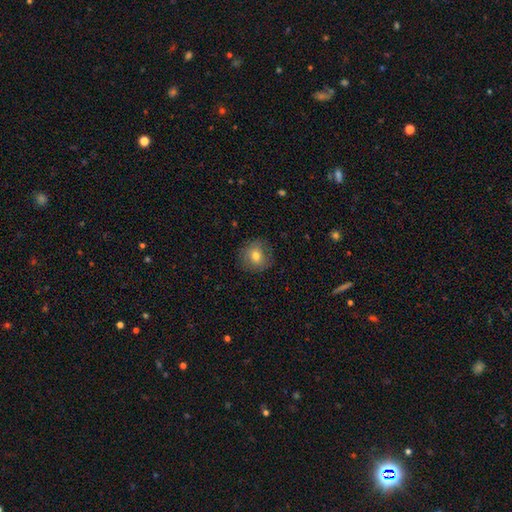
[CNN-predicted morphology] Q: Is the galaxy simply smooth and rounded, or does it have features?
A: smooth — 73%.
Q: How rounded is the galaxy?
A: round — 87%.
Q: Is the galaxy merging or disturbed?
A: none — 83%.